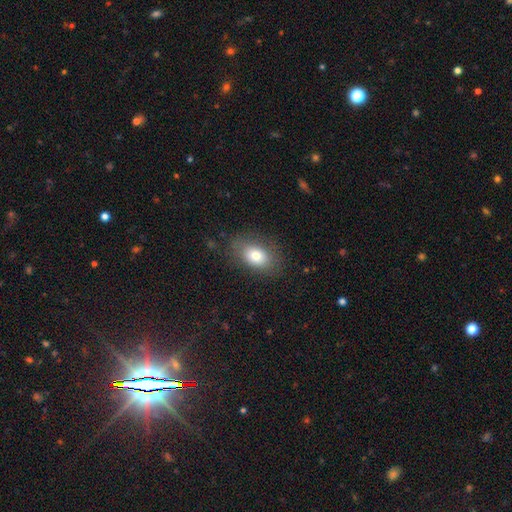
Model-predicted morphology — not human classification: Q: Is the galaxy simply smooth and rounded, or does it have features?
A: smooth — 76%.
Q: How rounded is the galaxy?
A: in between — 83%.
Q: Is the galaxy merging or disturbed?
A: none — 78%.